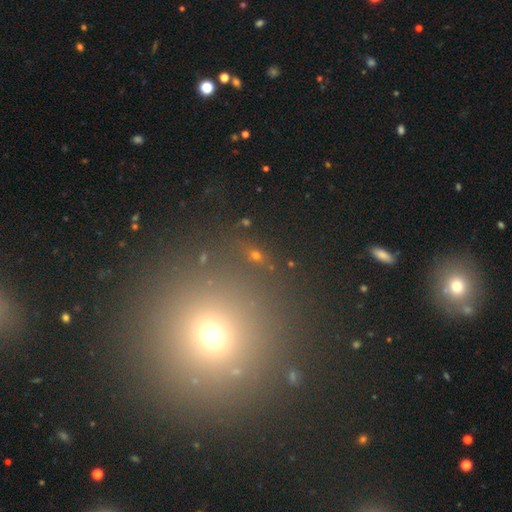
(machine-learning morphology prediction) Overall: smooth (51%; star or artifact 40%). How rounded: round (92%). Merging: none (87%).